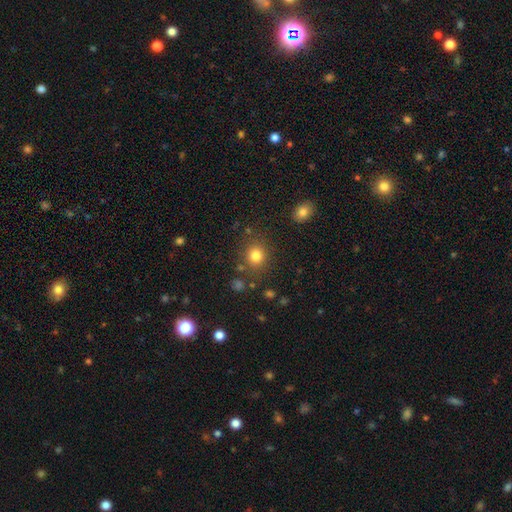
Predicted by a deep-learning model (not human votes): Smooth or featured? Predicted: smooth (p=0.81). How rounded? Predicted: round (p=0.82). Merging? Predicted: none (p=0.82).